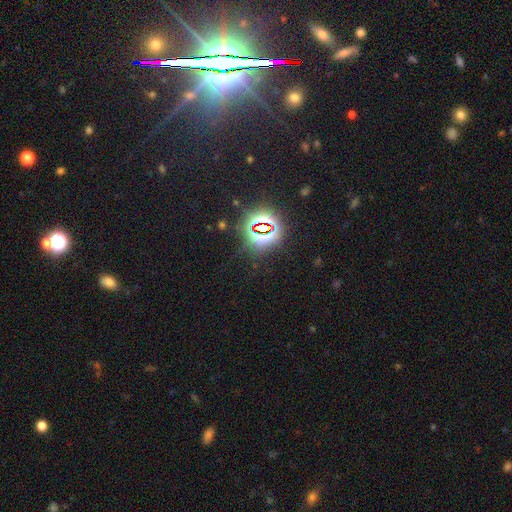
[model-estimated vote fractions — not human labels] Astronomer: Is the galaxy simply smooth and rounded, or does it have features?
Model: star or artifact — 82%.